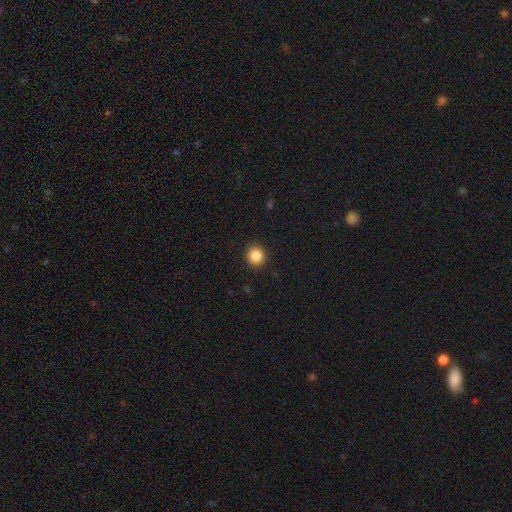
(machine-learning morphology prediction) smooth 86%, star or artifact 10%, featured or disk 4%. Down the decision tree: how rounded — round (89%); merging — none (92%).